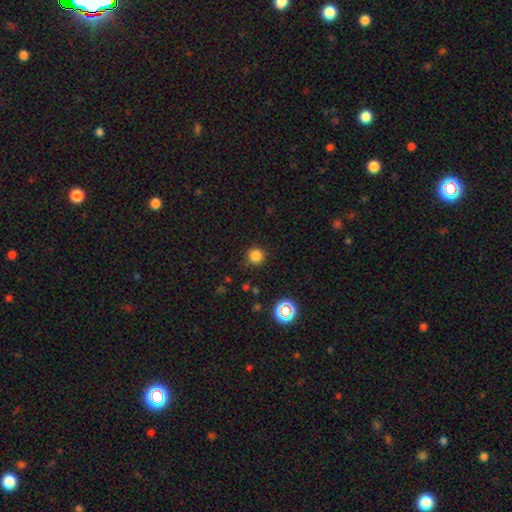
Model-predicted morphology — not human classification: Q: Smooth or featured?
A: smooth (81%); runner-up: star or artifact (15%)
Q: How rounded?
A: round (95%); runner-up: in between (4%)
Q: Merging?
A: none (87%); runner-up: minor disturbance (8%)